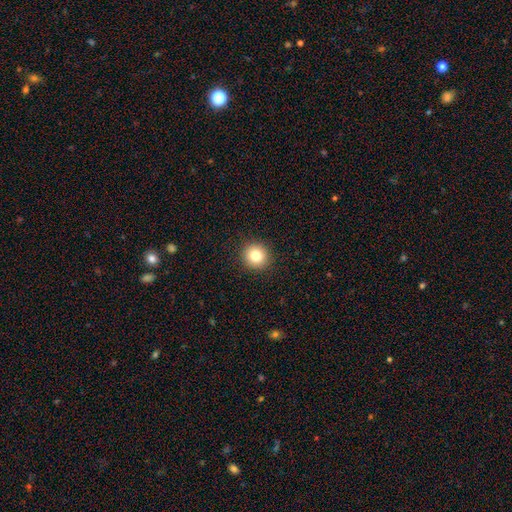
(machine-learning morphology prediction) Smooth or featured: smooth — 81% (star or artifact — 11%)
How rounded: round — 93% (in between — 6%)
Merging: none — 92% (minor disturbance — 5%)